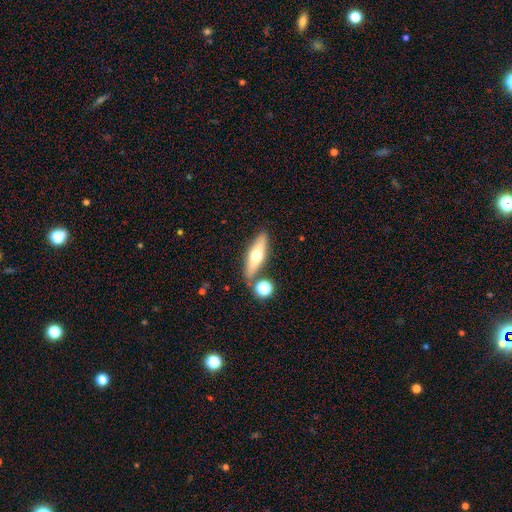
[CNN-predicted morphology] A featured or disk galaxy (49%).

Vote fractions:
- Smooth or featured? featured or disk: 49% / smooth: 44% / star or artifact: 7%
- Merging? none: 77% / minor disturbance: 10% / merger: 9% / major disturbance: 3%